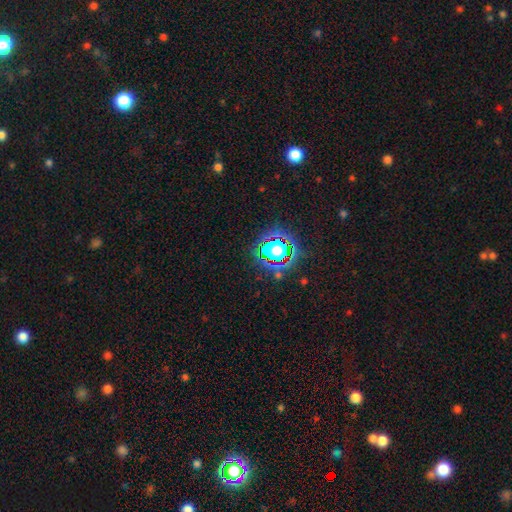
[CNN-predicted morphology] The model was most divided on "smooth or featured": star or artifact: 80%, smooth: 12%, featured or disk: 8%.